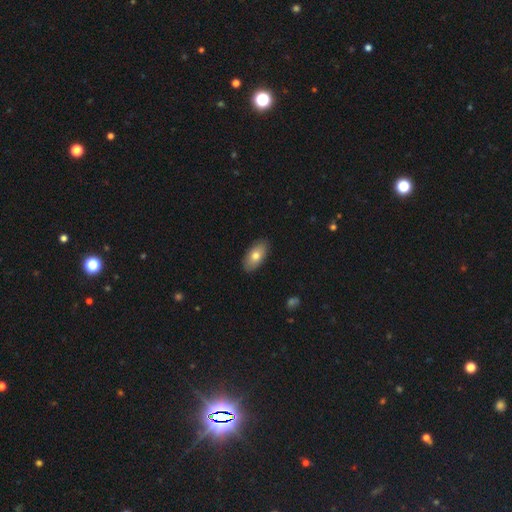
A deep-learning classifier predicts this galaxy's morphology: The model was most divided on "smooth or featured": smooth: 73%, featured or disk: 21%, star or artifact: 6%. More confident: how rounded — in between (93%); merging — none (88%).